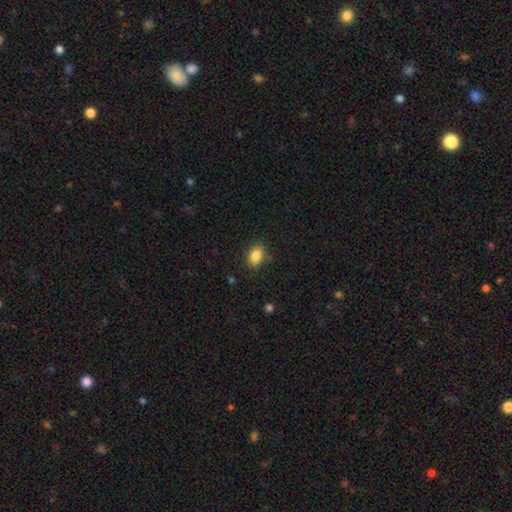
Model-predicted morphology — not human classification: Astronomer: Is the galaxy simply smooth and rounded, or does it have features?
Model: smooth — 85%.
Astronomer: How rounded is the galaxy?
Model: in between — 70%.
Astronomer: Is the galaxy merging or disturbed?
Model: none — 79%.